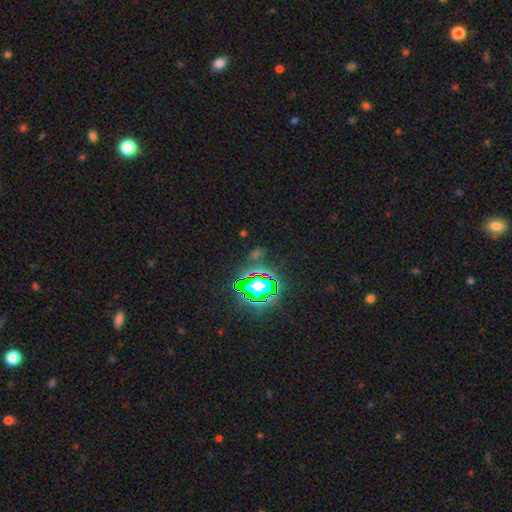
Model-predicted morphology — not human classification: star or artifact 72%, smooth 18%, featured or disk 10%.